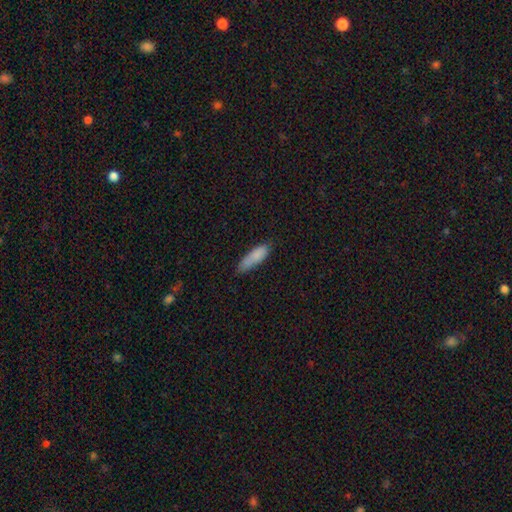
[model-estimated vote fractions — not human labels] Overall: smooth (85%). How rounded: cigar-shaped (50%; in between 48%). Merging: none (61%; minor disturbance 30%).